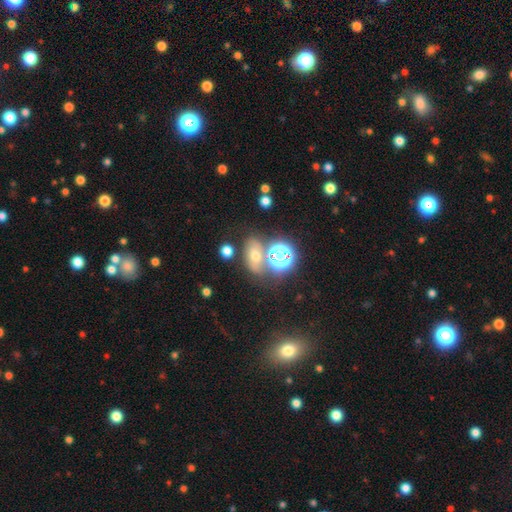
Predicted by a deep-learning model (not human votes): smooth_or_featured: smooth (p=0.44) [alt: star or artifact p=0.34]
merging: none (p=0.59) [alt: merger p=0.20]